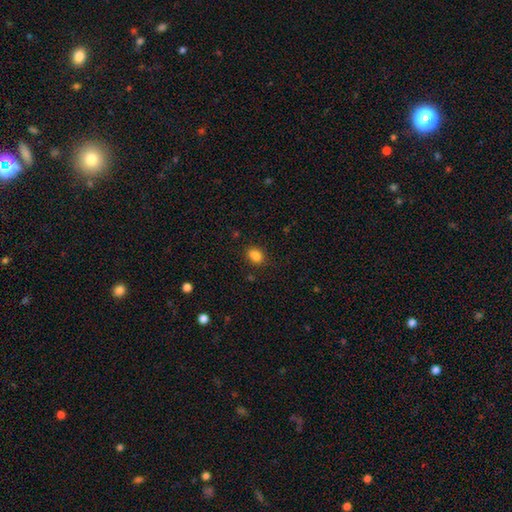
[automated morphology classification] smooth_or_featured: smooth (p=0.82) [alt: star or artifact p=0.12]
how_rounded: in between (p=0.59) [alt: round p=0.39]
merging: none (p=0.69) [alt: minor disturbance p=0.17]